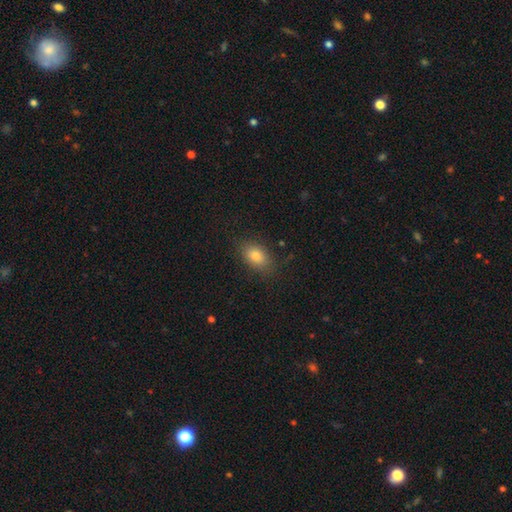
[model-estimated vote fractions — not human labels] A smooth galaxy with no disk features (81%) that is in between round and cigar-shaped (82%). Merging: none (83%).